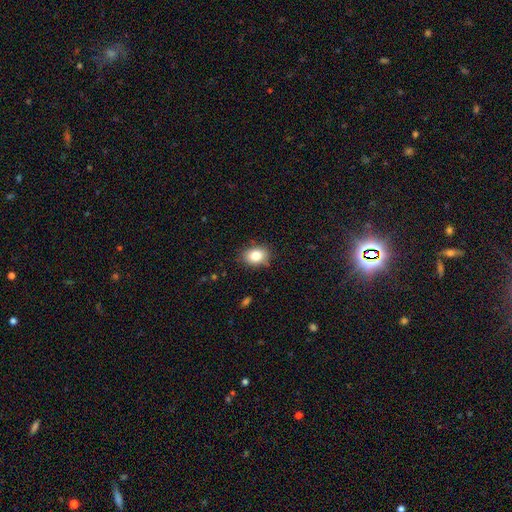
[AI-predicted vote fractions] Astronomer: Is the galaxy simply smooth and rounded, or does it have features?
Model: smooth — 83%.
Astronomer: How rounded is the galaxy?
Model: in between — 63%.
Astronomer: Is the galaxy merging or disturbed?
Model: none — 83%.